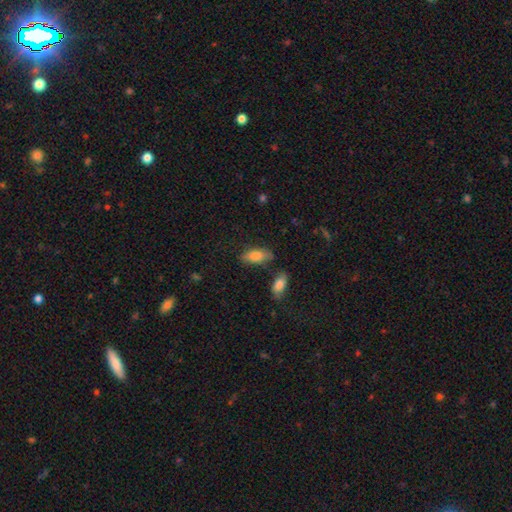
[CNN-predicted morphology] This appears to be a smooth galaxy with no disk features (83%) that is in between round and cigar-shaped (86%). Merging: none (65%).